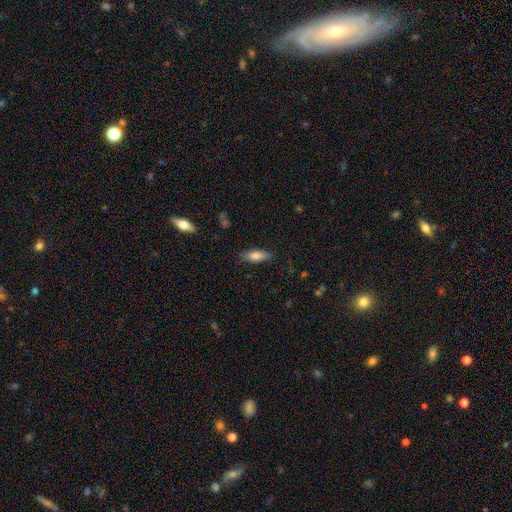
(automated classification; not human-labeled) Smooth or featured: smooth — 81% (featured or disk — 12%)
How rounded: in between — 69% (cigar-shaped — 29%)
Merging: none — 82% (minor disturbance — 14%)